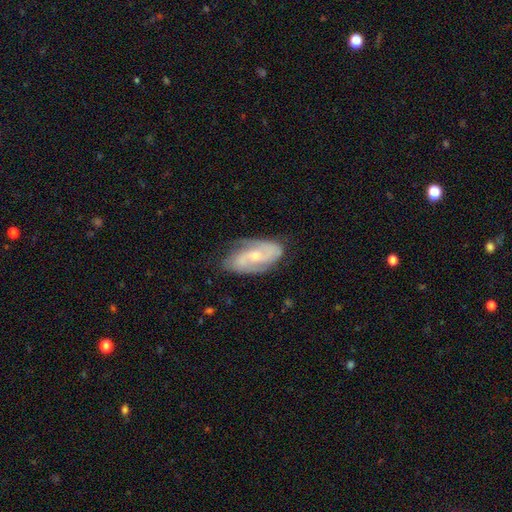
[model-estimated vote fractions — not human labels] A featured or disk galaxy (80%) with no bar (51%), 2 (72%) medium (45%) spiral arms (94%) and a small central bulge (52%). Merging: none (73%).